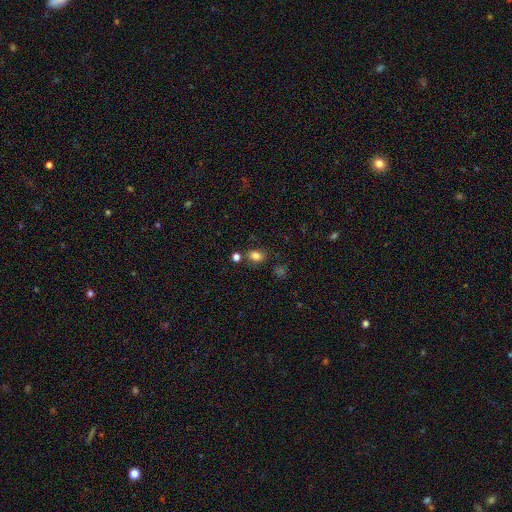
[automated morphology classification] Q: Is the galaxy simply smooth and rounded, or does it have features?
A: smooth — 81%.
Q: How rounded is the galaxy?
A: in between — 63%.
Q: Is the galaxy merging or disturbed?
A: none — 76%.